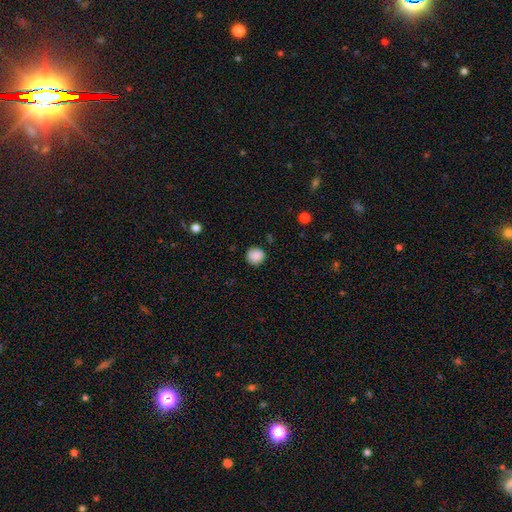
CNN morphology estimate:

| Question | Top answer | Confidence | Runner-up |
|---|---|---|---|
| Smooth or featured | smooth | 88% | star or artifact (9%) |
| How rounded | round | 92% | in between (7%) |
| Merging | none | 88% | minor disturbance (9%) |